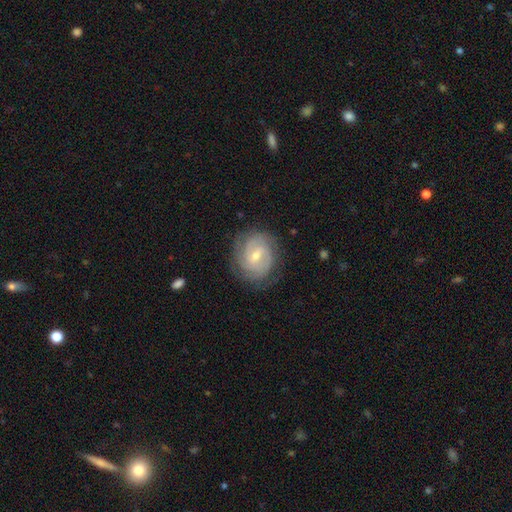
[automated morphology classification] A featured or disk galaxy (79%) with a weak bar (53%), 2 (37%) tight (67%) spiral arms (93%) and a small central bulge (53%). Merging: none (79%).